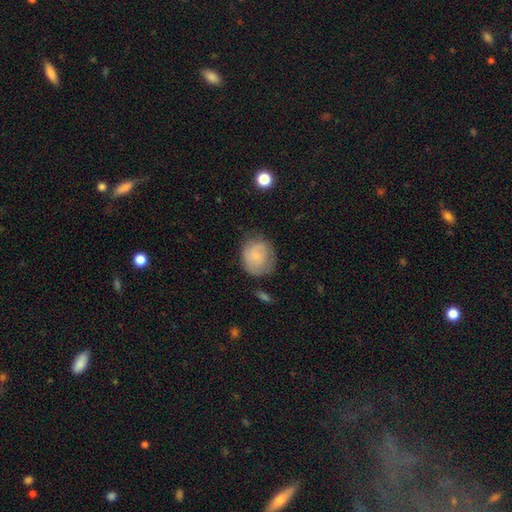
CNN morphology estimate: Q: Smooth or featured?
A: smooth (65%); runner-up: featured or disk (28%)
Q: How rounded?
A: round (71%); runner-up: in between (28%)
Q: Merging?
A: none (63%); runner-up: minor disturbance (26%)